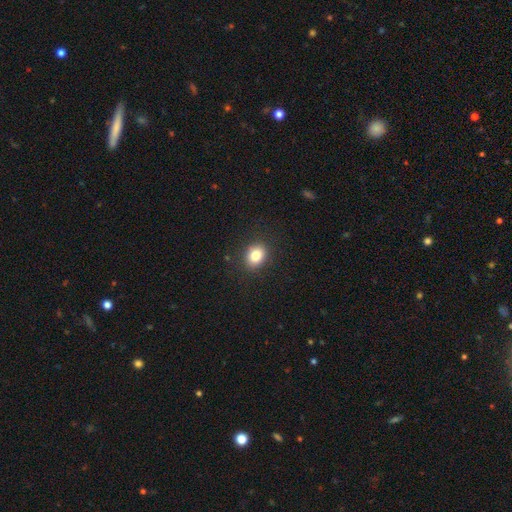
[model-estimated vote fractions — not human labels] Overall: smooth (83%). How rounded: in between (52%; round 47%). Merging: none (87%).